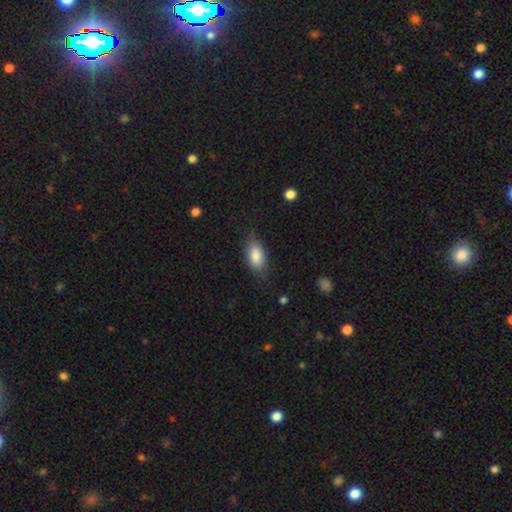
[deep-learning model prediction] This is clearly a smooth galaxy (83%). How rounded: clearly in between (89%). Merging: likely none (76%).